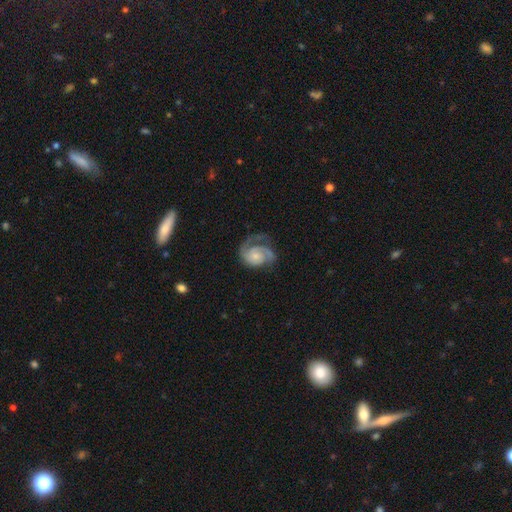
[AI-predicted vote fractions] A featured or disk galaxy (83%) with no bar (73%), 2 (63%) tight (43%) spiral arms (96%) and a small central bulge (54%).

Vote fractions:
- Smooth or featured? featured or disk: 83% / smooth: 12% / star or artifact: 5%
- Edge-on disk? no: 98% / yes: 2%
- Bar? no: 73% / weak: 23% / strong: 4%
- Spiral arms? yes: 96% / no: 4%
- Spiral winding? tight: 43% / medium: 42% / loose: 16%
- Spiral arm count? 2: 63% / 1: 24% / can't tell: 6% / 3: 5% / 4: 1% / more than 4: 1%
- Bulge size? small: 54% / moderate: 30% / none: 10% / large: 4% / dominant: 1%
- Merging? none: 56% / minor disturbance: 22% / major disturbance: 20% / merger: 2%